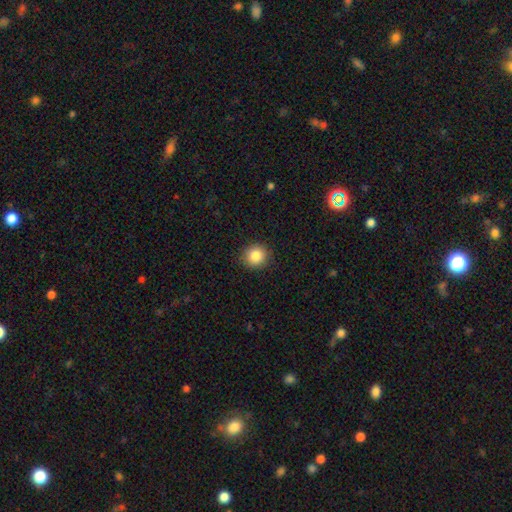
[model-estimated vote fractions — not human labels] Morphology: type=smooth (86%); roundness=round (87%); merging=none (91%).